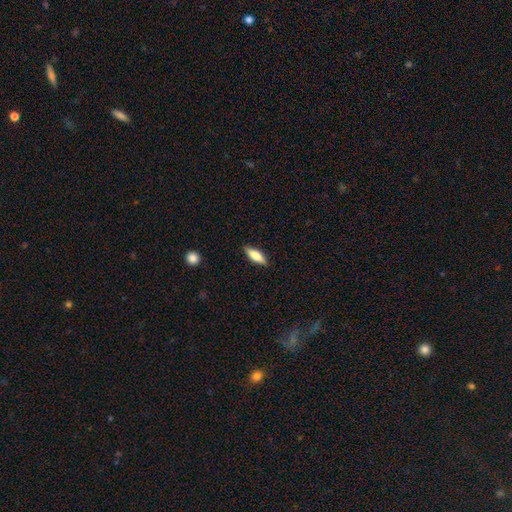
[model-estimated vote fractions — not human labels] Q: Smooth or featured?
A: smooth (74%); runner-up: featured or disk (20%)
Q: How rounded?
A: in between (57%); runner-up: cigar-shaped (41%)
Q: Merging?
A: none (88%); runner-up: minor disturbance (9%)